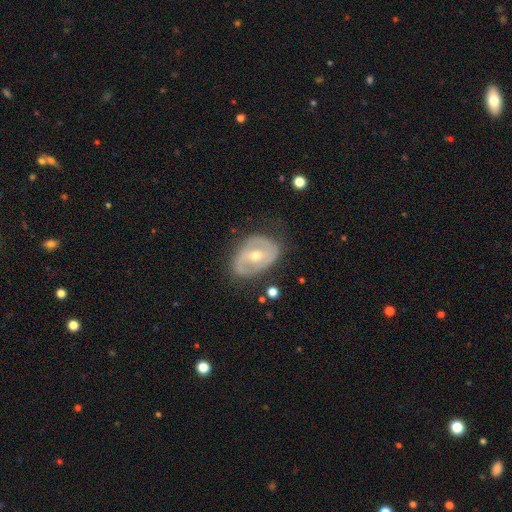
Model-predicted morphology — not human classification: Q: Smooth or featured?
A: featured or disk (75%); runner-up: smooth (19%)
Q: Edge-on disk?
A: no (95%); runner-up: yes (5%)
Q: Bar?
A: weak (37%); runner-up: no (33%)
Q: Spiral arms?
A: yes (63%); runner-up: no (37%)
Q: Bulge size?
A: moderate (53%); runner-up: small (44%)
Q: Merging?
A: none (67%); runner-up: minor disturbance (22%)